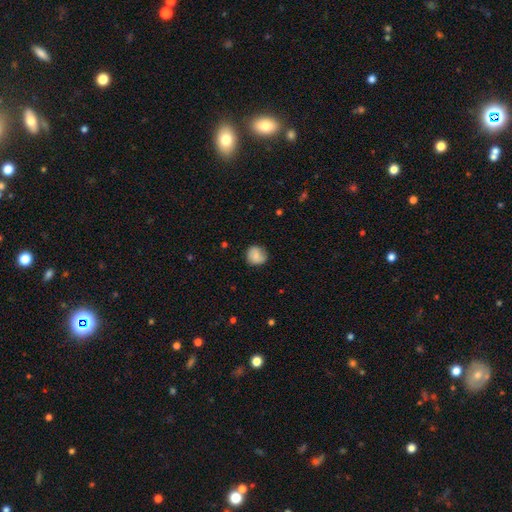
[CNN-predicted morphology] Smooth or featured?
  - smooth: 78% *
  - featured or disk: 14%
  - star or artifact: 8%
How rounded?
  - round: 82% *
  - in between: 16%
  - cigar-shaped: 1%
Merging?
  - none: 75% *
  - minor disturbance: 19%
  - major disturbance: 5%
  - merger: 1%